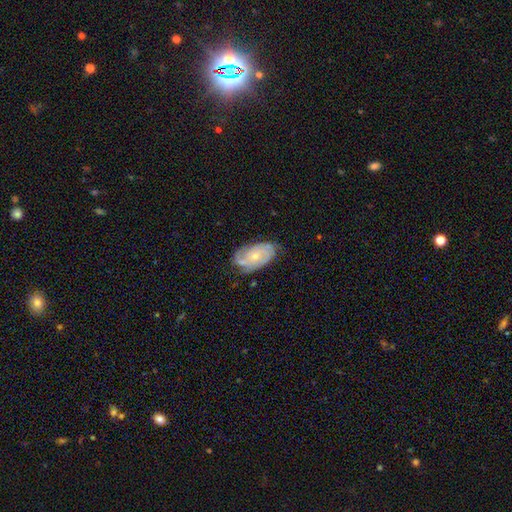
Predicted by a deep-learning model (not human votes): smooth_or_featured: featured or disk (p=0.75) [alt: smooth p=0.19]
disk_edge_on: no (p=0.96) [alt: yes p=0.04]
bar: no (p=0.77) [alt: weak p=0.20]
has_spiral_arms: yes (p=0.92) [alt: no p=0.08]
spiral_winding: tight (p=0.58) [alt: medium p=0.32]
spiral_arm_count: 2 (p=0.31) [alt: can't tell p=0.29]
bulge_size: small (p=0.63) [alt: moderate p=0.32]
merging: none (p=0.66) [alt: minor disturbance p=0.25]